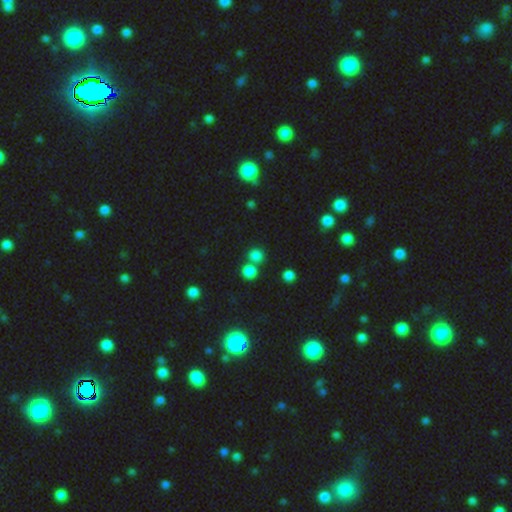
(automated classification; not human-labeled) Smooth or featured: smooth — 76% (star or artifact — 18%)
How rounded: round — 84% (in between — 15%)
Merging: none — 61% (merger — 28%)